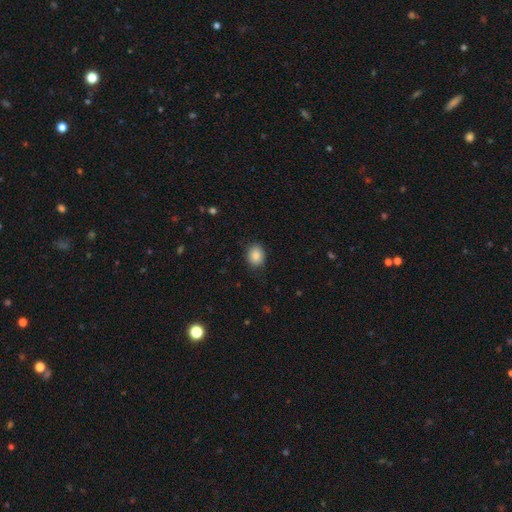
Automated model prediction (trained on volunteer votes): smooth_or_featured: smooth (p=0.87) [alt: star or artifact p=0.09]
how_rounded: round (p=0.53) [alt: in between p=0.46]
merging: none (p=0.85) [alt: minor disturbance p=0.12]